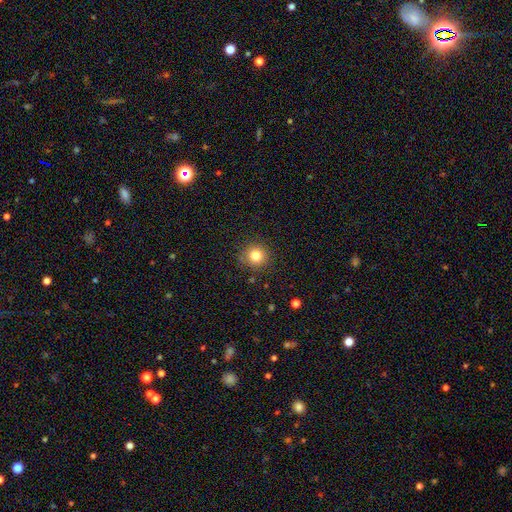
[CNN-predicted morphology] smooth-or-featured: smooth: 81% | star or artifact: 12% | featured or disk: 6%
  how-rounded: round: 94% | in between: 5% | cigar-shaped: 1%
  merging: none: 88% | minor disturbance: 8% | major disturbance: 3% | merger: 2%